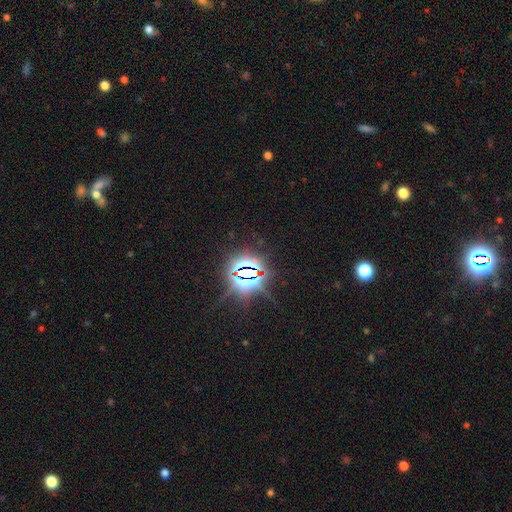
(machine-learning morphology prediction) Smooth or featured: star or artifact — 84% (smooth — 9%)